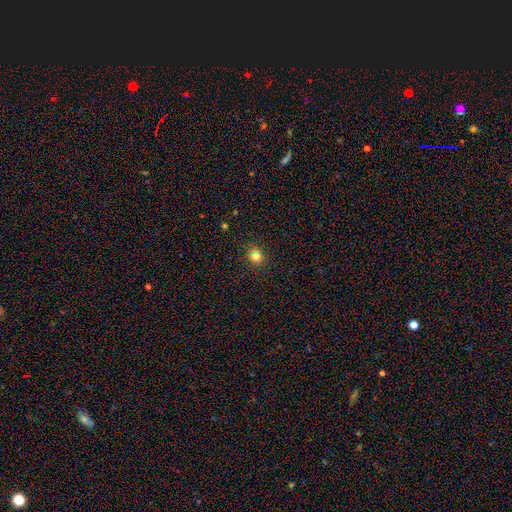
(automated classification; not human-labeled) smooth 79%, star or artifact 15%, featured or disk 6%. Down the decision tree: how rounded — round (83%); merging — none (89%).